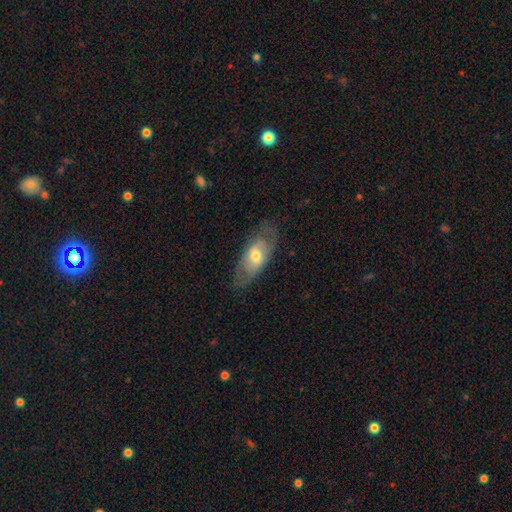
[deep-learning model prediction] Overall: featured or disk (48%; smooth 46%). Merging: none (73%).